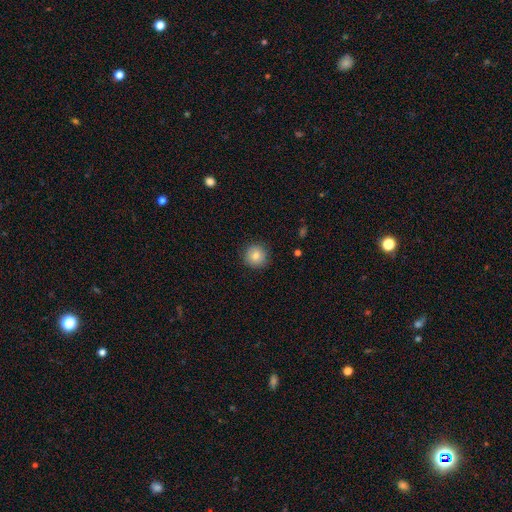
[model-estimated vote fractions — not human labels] smooth-or-featured: smooth: 81% | star or artifact: 10% | featured or disk: 9%
  how-rounded: round: 94% | in between: 5% | cigar-shaped: 1%
  merging: none: 89% | minor disturbance: 8% | major disturbance: 2% | merger: 1%